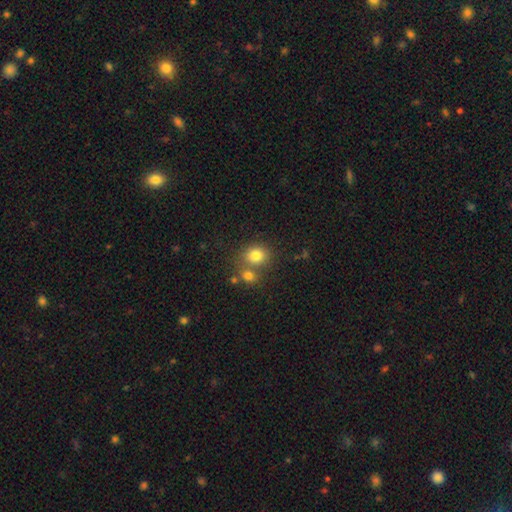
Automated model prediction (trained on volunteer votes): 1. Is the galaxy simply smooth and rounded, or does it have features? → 79% smooth, 12% star or artifact, 9% featured or disk.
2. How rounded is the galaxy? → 74% round, 25% in between, 1% cigar-shaped.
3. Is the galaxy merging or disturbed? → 54% none, 33% merger, 10% minor disturbance, 4% major disturbance.